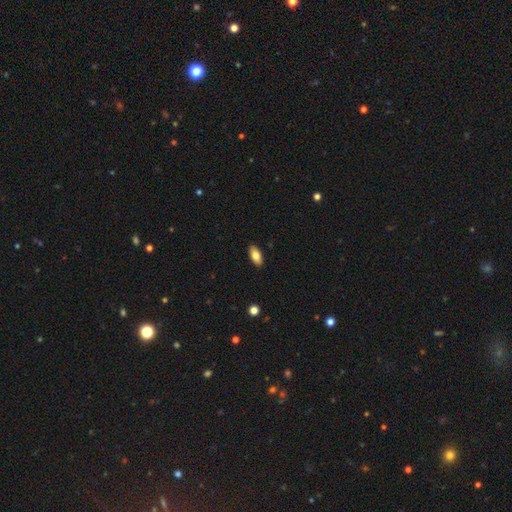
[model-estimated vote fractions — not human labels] Smooth or featured? Predicted: smooth (p=0.80). How rounded? Predicted: in between (p=0.90). Merging? Predicted: none (p=0.90).